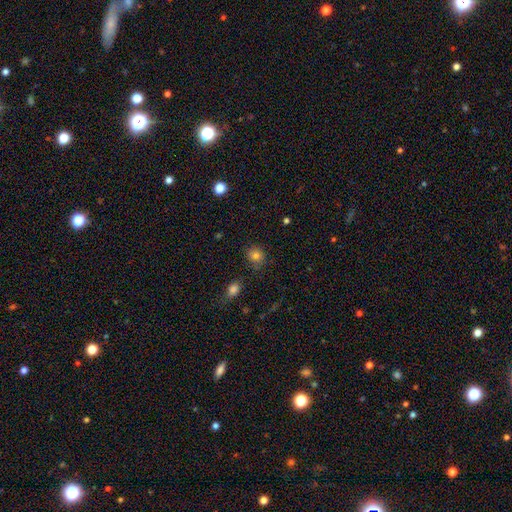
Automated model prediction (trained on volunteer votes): This is likely a smooth galaxy (79%). How rounded: clearly round (81%). Merging: clearly none (80%).